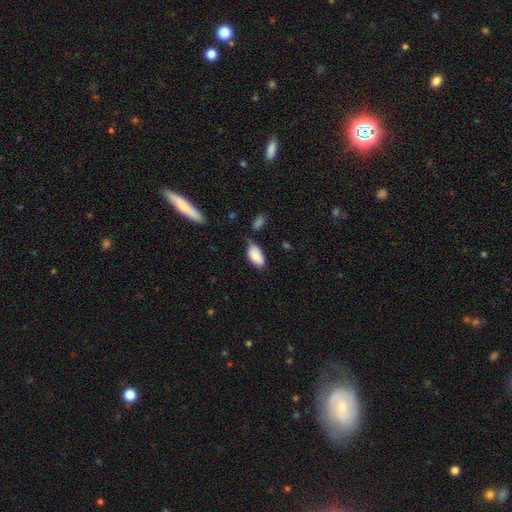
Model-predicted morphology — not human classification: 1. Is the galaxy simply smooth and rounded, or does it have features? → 85% smooth, 9% featured or disk, 7% star or artifact.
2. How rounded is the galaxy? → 94% in between, 3% cigar-shaped, 3% round.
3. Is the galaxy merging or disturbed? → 44% none, 38% minor disturbance, 11% major disturbance, 8% merger.